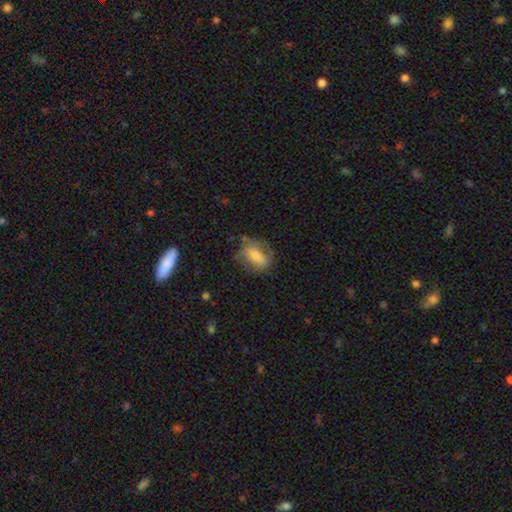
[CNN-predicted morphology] A smooth galaxy with no disk features (68%) that is in between round and cigar-shaped (77%).

Vote fractions:
- Smooth or featured? smooth: 68% / featured or disk: 23% / star or artifact: 9%
- How rounded? in between: 77% / round: 15% / cigar-shaped: 8%
- Merging? none: 61% / minor disturbance: 26% / major disturbance: 11% / merger: 2%